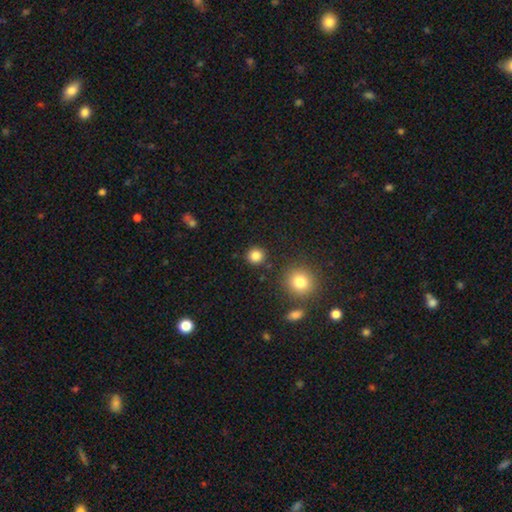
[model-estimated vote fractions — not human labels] A smooth galaxy with no disk features (84%) that is round (92%). Merging: none (89%).